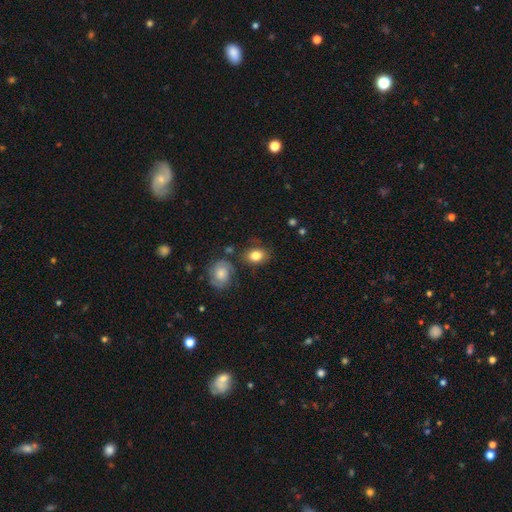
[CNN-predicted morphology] Smooth or featured: smooth — 79% (featured or disk — 13%)
How rounded: in between — 67% (round — 32%)
Merging: none — 70% (minor disturbance — 17%)